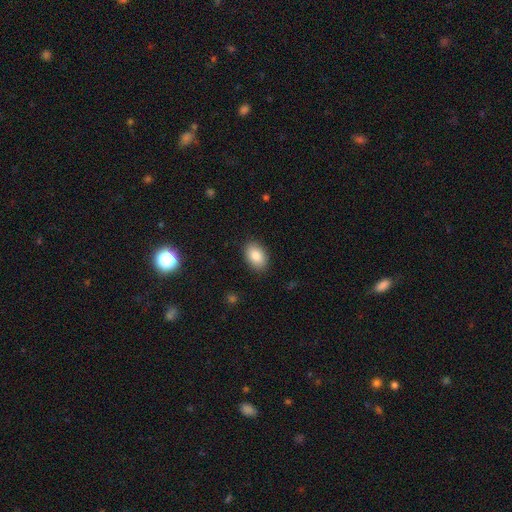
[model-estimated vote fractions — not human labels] smooth-or-featured: smooth: 85% | featured or disk: 8% | star or artifact: 7%
  how-rounded: in between: 88% | round: 11% | cigar-shaped: 1%
  merging: none: 87% | minor disturbance: 9% | major disturbance: 2% | merger: 1%